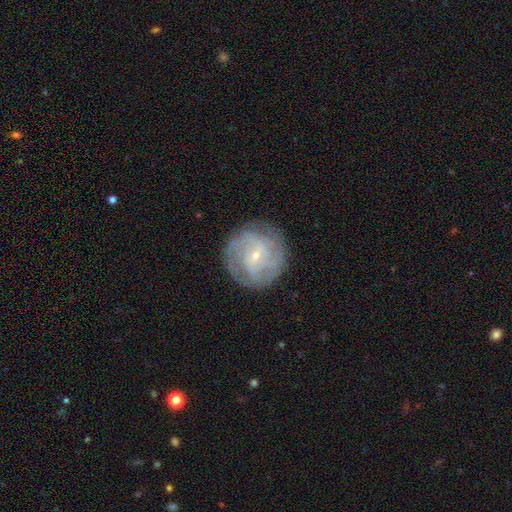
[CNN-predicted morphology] smooth_or_featured: featured or disk (p=0.76) [alt: smooth p=0.16]
disk_edge_on: no (p=0.97) [alt: yes p=0.03]
bar: no (p=0.48) [alt: weak p=0.42]
has_spiral_arms: yes (p=0.90) [alt: no p=0.10]
spiral_winding: tight (p=0.57) [alt: medium p=0.33]
spiral_arm_count: can't tell (p=0.38) [alt: 2 p=0.23]
bulge_size: small (p=0.81) [alt: moderate p=0.15]
merging: none (p=0.82) [alt: minor disturbance p=0.12]